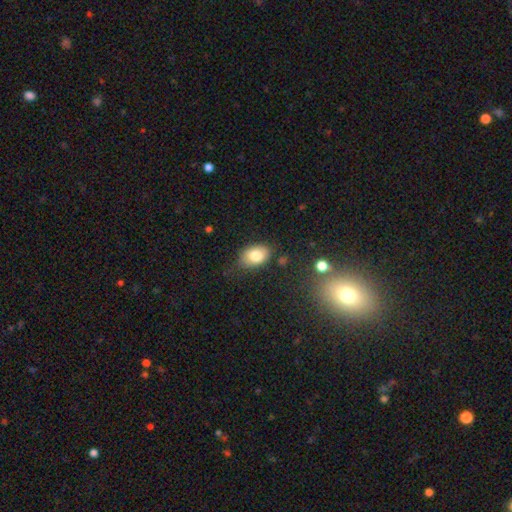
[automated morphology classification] This is clearly a smooth galaxy (80%). How rounded: clearly in between (85%). Merging: likely none (74%).